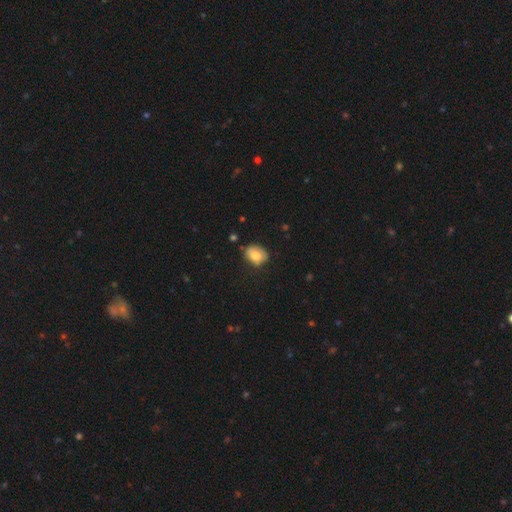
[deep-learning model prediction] A smooth galaxy with no disk features (76%) that is in between round and cigar-shaped (57%).

Vote fractions:
- Smooth or featured? smooth: 76% / featured or disk: 16% / star or artifact: 8%
- How rounded? in between: 57% / round: 42% / cigar-shaped: 1%
- Merging? none: 65% / minor disturbance: 27% / major disturbance: 6% / merger: 2%